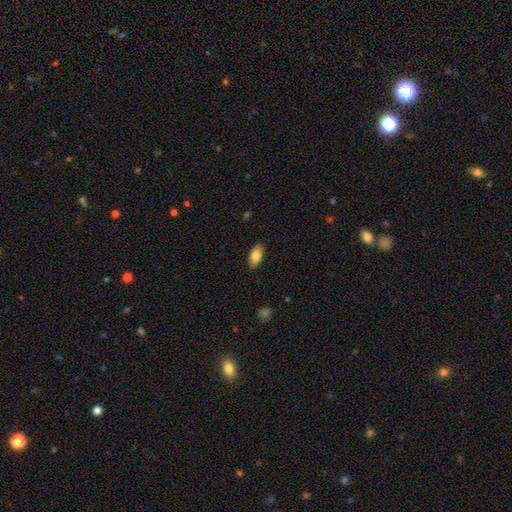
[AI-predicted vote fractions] This appears to be a smooth galaxy with no disk features (83%) that is in between round and cigar-shaped (90%). Merging: none (87%).